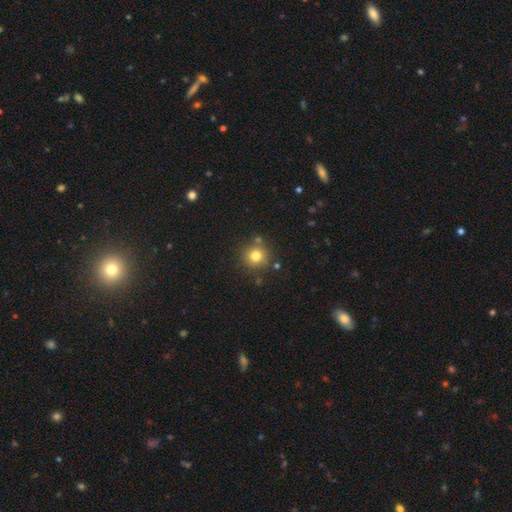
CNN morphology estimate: smooth 78%, star or artifact 14%, featured or disk 9%. Down the decision tree: how rounded — round (92%); merging — none (81%).